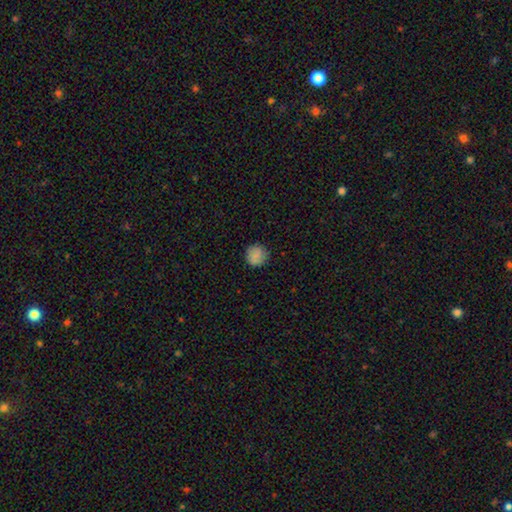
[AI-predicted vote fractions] Morphology: type=smooth (77%); roundness=round (92%); merging=none (85%).